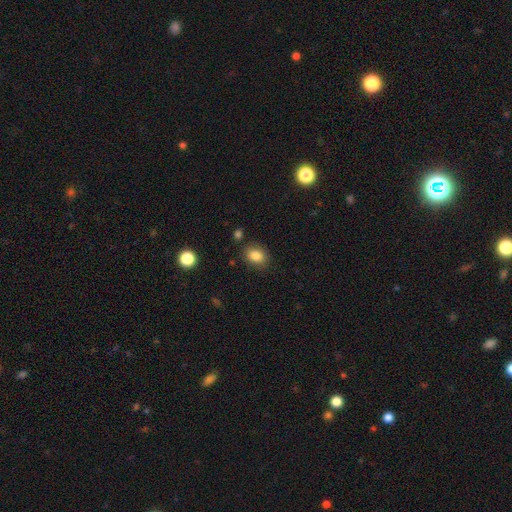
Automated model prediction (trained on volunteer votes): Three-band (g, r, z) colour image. It shows a smooth galaxy with no disk features (84%) that is in between round and cigar-shaped (61%). Merging: none (82%).